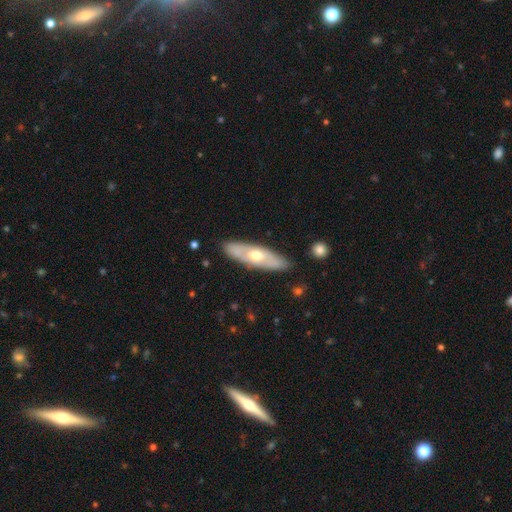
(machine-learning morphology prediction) Q: Smooth or featured?
A: featured or disk (58%); runner-up: smooth (36%)
Q: Edge-on disk?
A: no (60%); runner-up: yes (40%)
Q: Merging?
A: none (86%); runner-up: minor disturbance (10%)